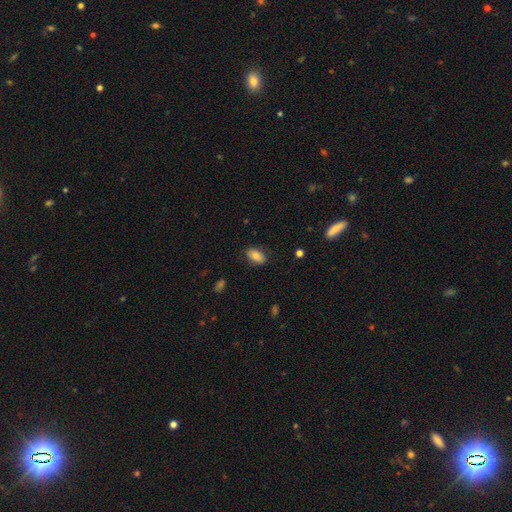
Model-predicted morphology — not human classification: smooth_or_featured: smooth (p=0.79) [alt: featured or disk p=0.12]
how_rounded: in between (p=0.89) [alt: round p=0.09]
merging: none (p=0.82) [alt: minor disturbance p=0.14]